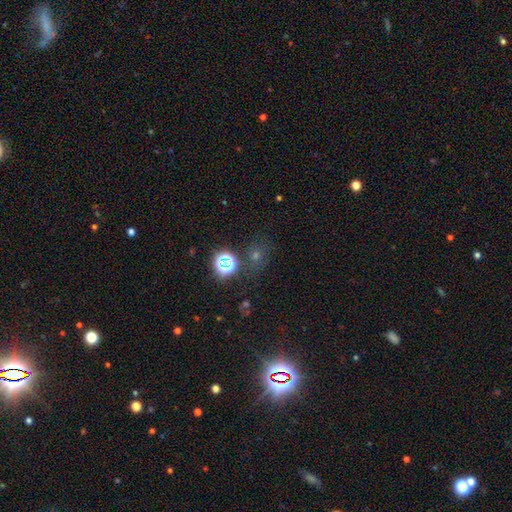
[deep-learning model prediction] smooth_or_featured: star or artifact (p=0.56) [alt: smooth p=0.35]